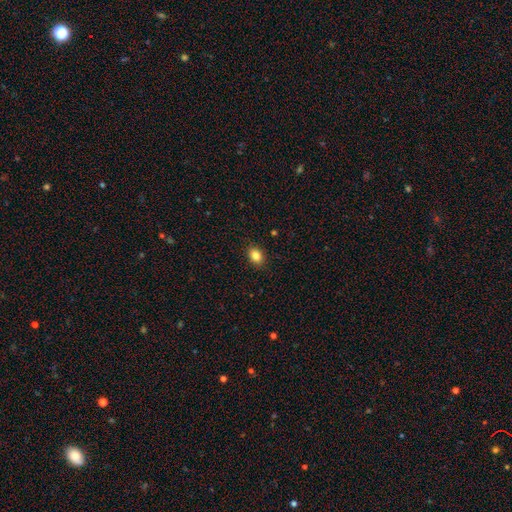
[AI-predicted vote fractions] Smooth or featured: smooth — 85% (star or artifact — 10%)
How rounded: in between — 72% (round — 27%)
Merging: none — 89% (minor disturbance — 8%)